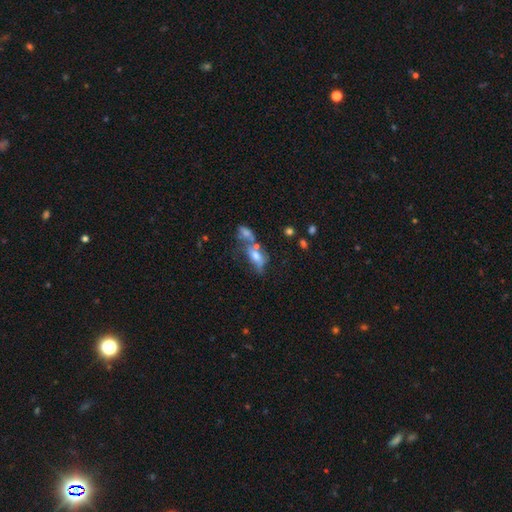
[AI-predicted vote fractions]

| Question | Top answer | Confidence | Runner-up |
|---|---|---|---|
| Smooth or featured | smooth | 48% | featured or disk (38%) |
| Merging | merger | 46% | none (24%) |